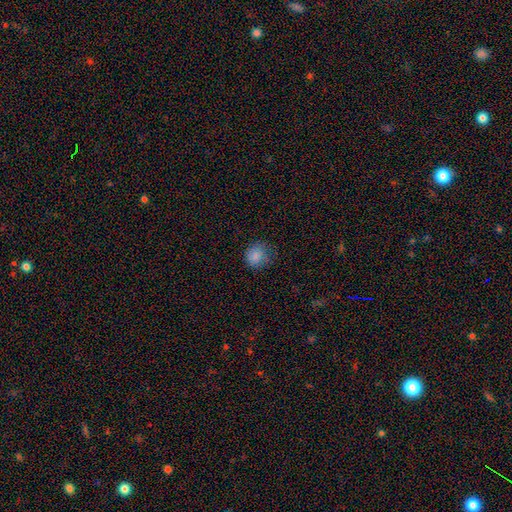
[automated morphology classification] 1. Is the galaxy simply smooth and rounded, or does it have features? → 85% smooth, 10% star or artifact, 5% featured or disk.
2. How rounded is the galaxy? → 85% round, 14% in between, 1% cigar-shaped.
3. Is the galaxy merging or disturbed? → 72% none, 21% minor disturbance, 6% major disturbance, 1% merger.